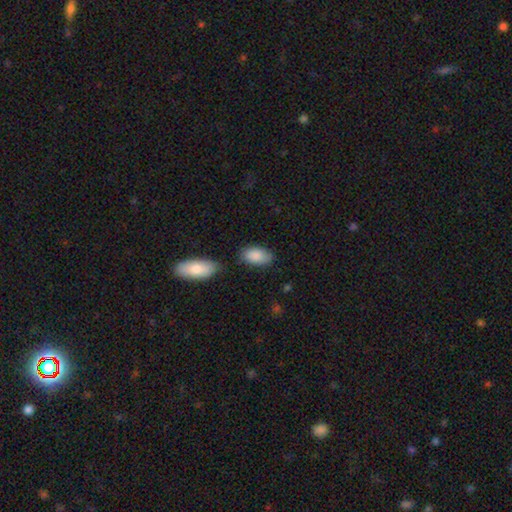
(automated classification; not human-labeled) Overall: smooth (88%). How rounded: in between (94%). Merging: none (71%).